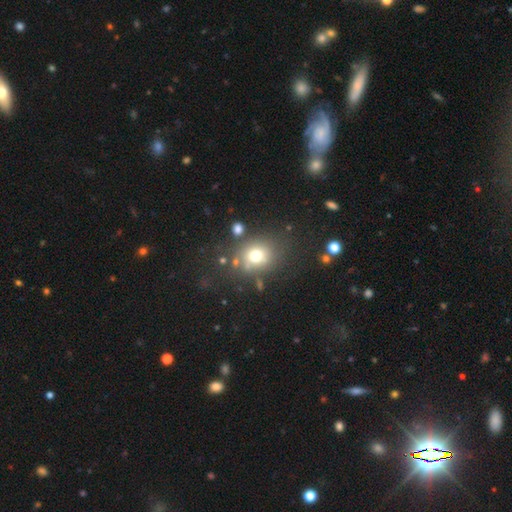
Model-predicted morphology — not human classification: A smooth galaxy with no disk features (70%) that is round (68%). Merging: none (70%).